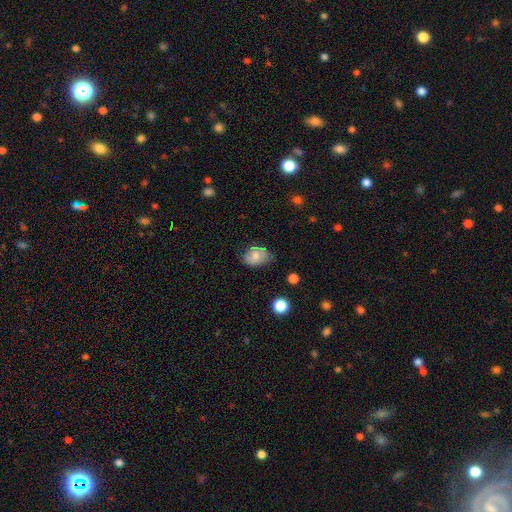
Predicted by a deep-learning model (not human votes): Overall: smooth (72%). How rounded: in between (75%). Merging: none (66%; minor disturbance 26%).